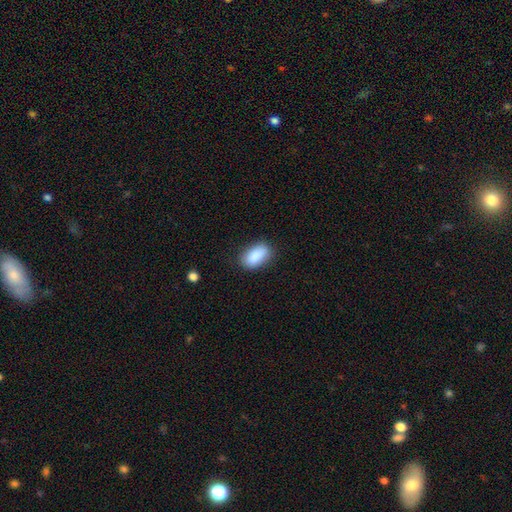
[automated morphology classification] type=smooth (89%); roundness=in between (92%); merging=none (81%).